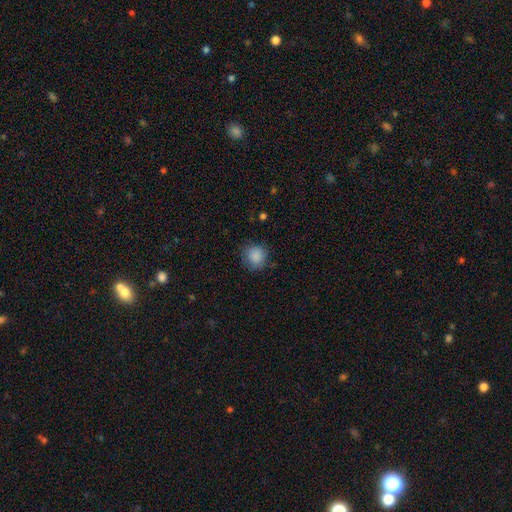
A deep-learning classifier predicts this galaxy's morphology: The model was most divided on "merging": none: 77%, minor disturbance: 17%, major disturbance: 5%, merger: 1%. More confident: how rounded — round (87%); smooth or featured — smooth (87%).